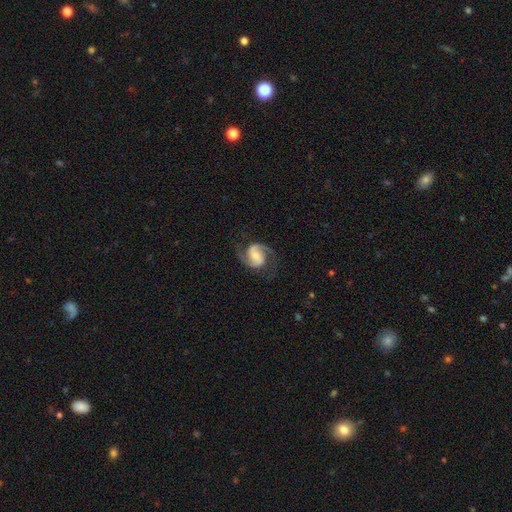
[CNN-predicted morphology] featured or disk 89%, smooth 6%, star or artifact 5%. Down the decision tree: edge-on disk — no (98%); bar — weak (43%); spiral arms — yes (98%); spiral arm count — 2 (93%); spiral winding — medium (58%); bulge size — small (48%); merging — none (77%).